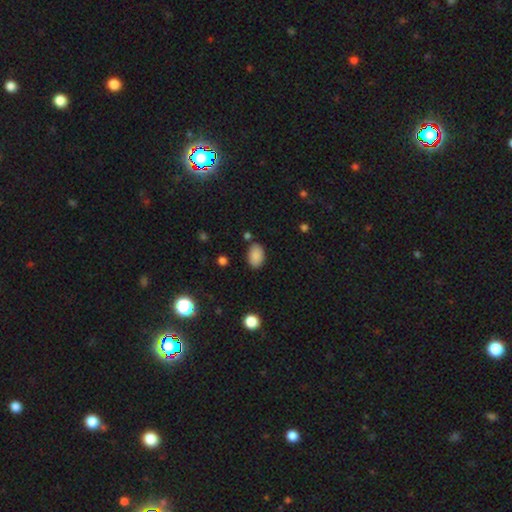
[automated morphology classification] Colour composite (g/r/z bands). It shows a smooth galaxy with no disk features (87%) that is in between round and cigar-shaped (89%). Merging: none (81%).